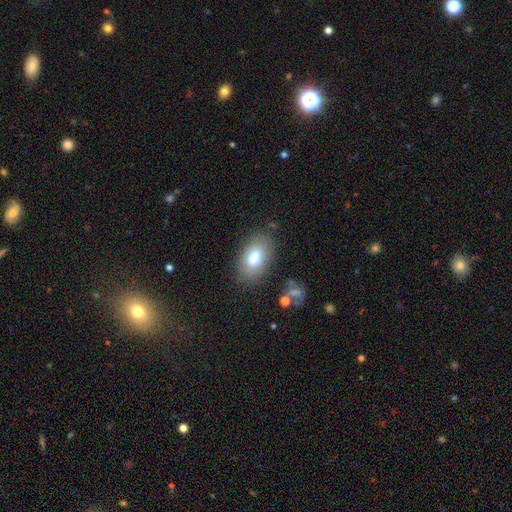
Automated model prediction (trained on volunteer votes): This is likely a smooth galaxy (76%). How rounded: clearly in between (91%). Merging: likely none (80%).